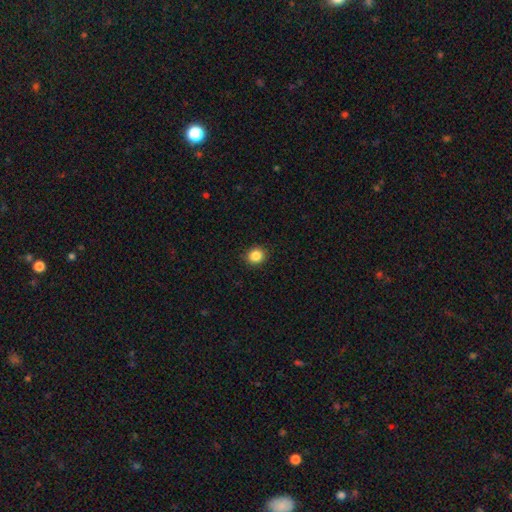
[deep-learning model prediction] Morphology: type=smooth (86%); roundness=round (82%); merging=none (91%).